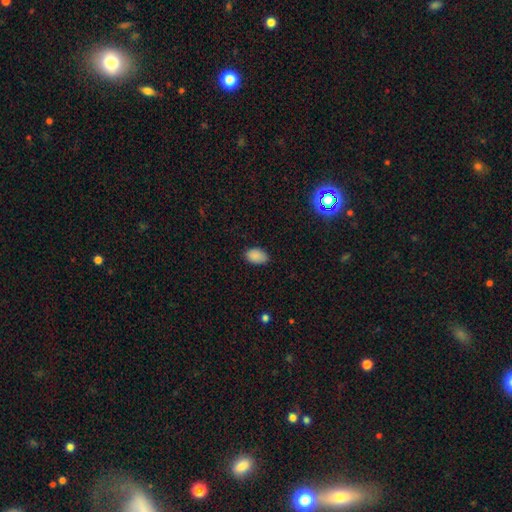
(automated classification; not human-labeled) A smooth galaxy with no disk features (87%) that is in between round and cigar-shaped (89%). Merging: none (81%).